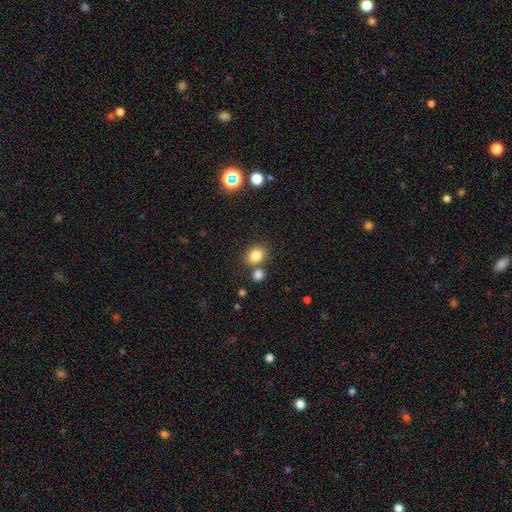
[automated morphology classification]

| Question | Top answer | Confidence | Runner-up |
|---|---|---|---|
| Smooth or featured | smooth | 82% | star or artifact (12%) |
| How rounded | round | 54% | in between (45%) |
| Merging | none | 68% | merger (18%) |